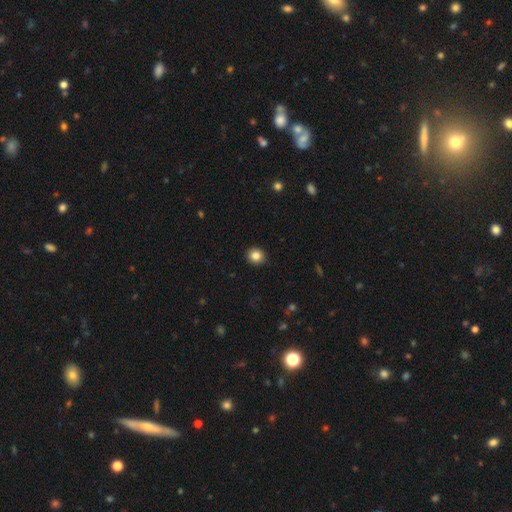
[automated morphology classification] A smooth galaxy with no disk features (84%) that is round (84%). Merging: none (92%).